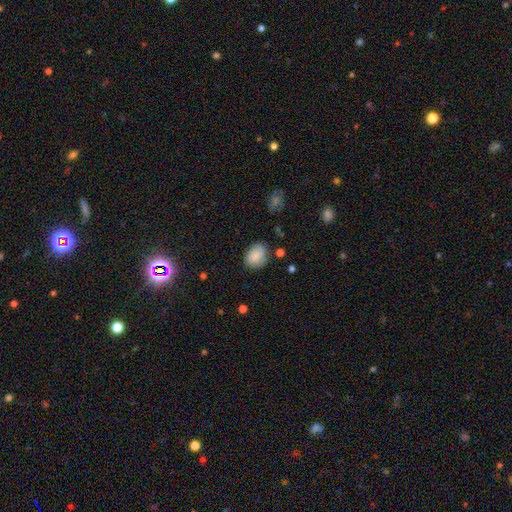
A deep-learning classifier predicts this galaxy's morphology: Smooth or featured? smooth (86%)
How rounded? in between (66%)
Merging? none (74%)